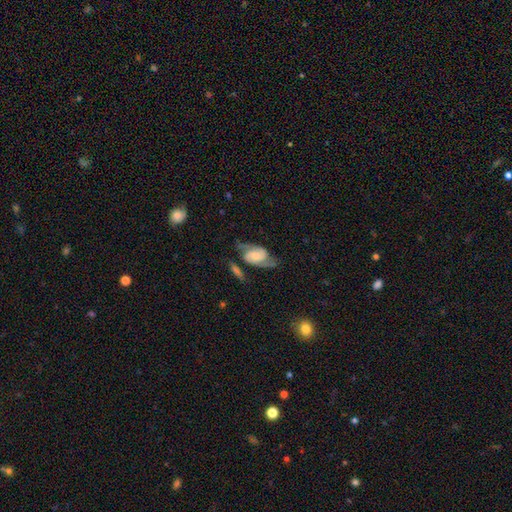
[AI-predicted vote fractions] Smooth or featured?
  - featured or disk: 79% *
  - smooth: 14%
  - star or artifact: 6%
Edge-on disk?
  - no: 97% *
  - yes: 3%
Bar?
  - no: 55% *
  - weak: 34%
  - strong: 11%
Spiral arms?
  - yes: 96% *
  - no: 4%
Spiral winding?
  - medium: 49% *
  - tight: 27%
  - loose: 24%
Spiral arm count?
  - 2: 91% *
  - can't tell: 4%
  - 1: 2%
  - 3: 2%
  - 4: 1%
  - more than 4: 1%
Bulge size?
  - small: 39% *
  - moderate: 26%
  - none: 19%
  - large: 12%
  - dominant: 3%
Merging?
  - none: 58% *
  - minor disturbance: 22%
  - major disturbance: 13%
  - merger: 7%